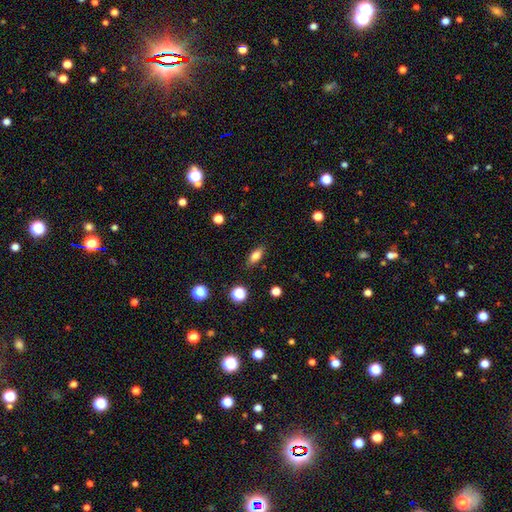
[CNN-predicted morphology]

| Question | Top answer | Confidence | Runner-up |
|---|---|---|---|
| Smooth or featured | smooth | 79% | featured or disk (11%) |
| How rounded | in between | 77% | cigar-shaped (15%) |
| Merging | none | 86% | minor disturbance (10%) |